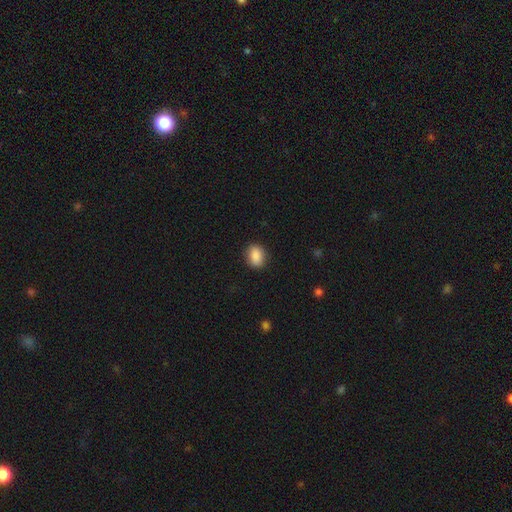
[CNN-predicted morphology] type=smooth (88%); roundness=in between (66%); merging=none (87%).